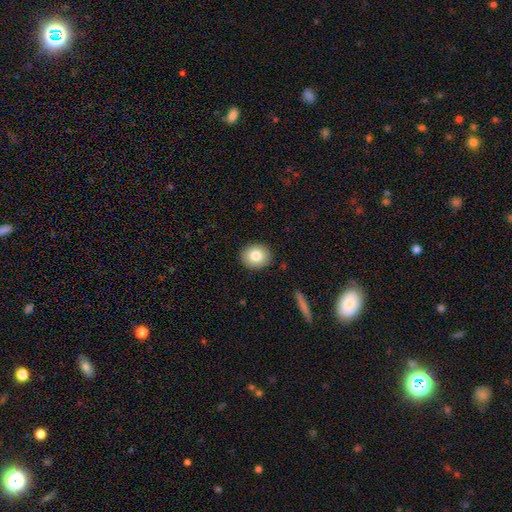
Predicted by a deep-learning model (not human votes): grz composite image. It shows a smooth galaxy with no disk features (82%) that is round (73%). Merging: none (90%).